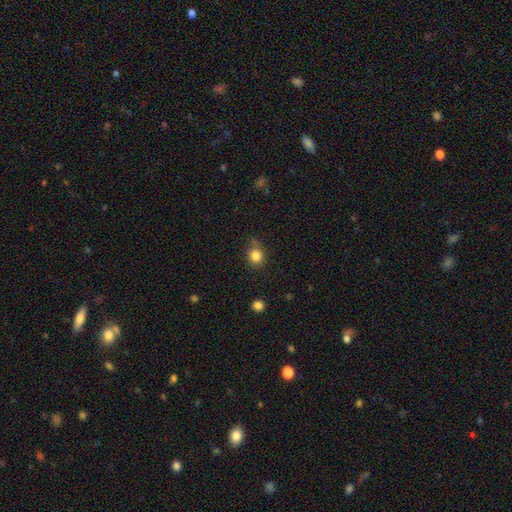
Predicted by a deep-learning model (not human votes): The model was most divided on "merging": none: 66%, minor disturbance: 25%, major disturbance: 6%, merger: 3%. More confident: smooth or featured — smooth (83%); how rounded — round (74%).